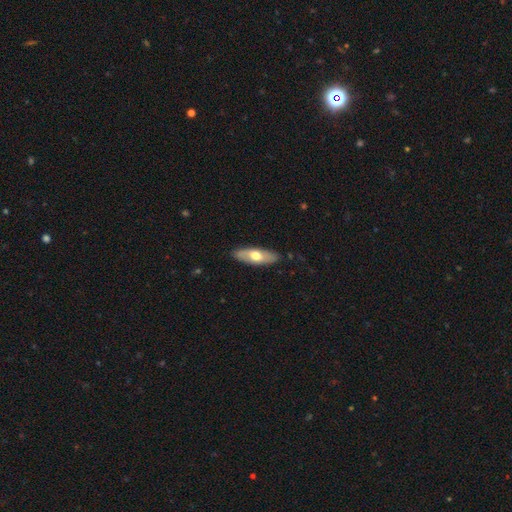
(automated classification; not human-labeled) smooth-or-featured: smooth: 56% | featured or disk: 39% | star or artifact: 5%
  how-rounded: in between: 67% | cigar-shaped: 30% | round: 2%
  merging: none: 86% | minor disturbance: 11% | major disturbance: 2% | merger: 1%